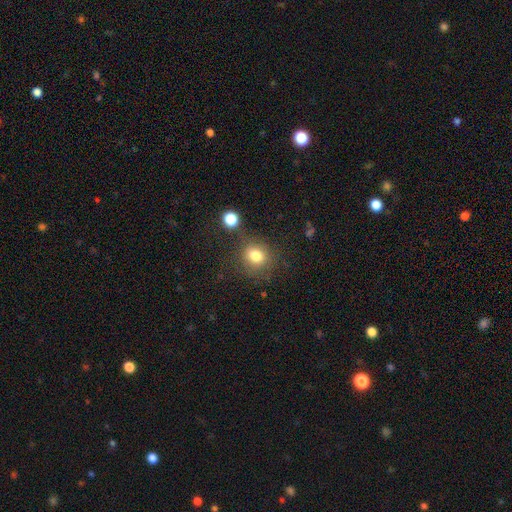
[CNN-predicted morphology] Smooth or featured?
  - smooth: 79% *
  - star or artifact: 13%
  - featured or disk: 8%
How rounded?
  - round: 80% *
  - in between: 19%
  - cigar-shaped: 1%
Merging?
  - none: 74% *
  - minor disturbance: 13%
  - merger: 8%
  - major disturbance: 6%